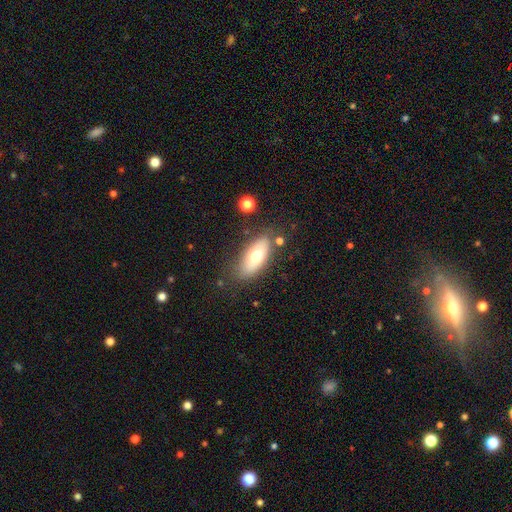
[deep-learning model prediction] smooth-or-featured: smooth: 68% | featured or disk: 24% | star or artifact: 8%
  how-rounded: in between: 83% | cigar-shaped: 14% | round: 3%
  merging: none: 77% | minor disturbance: 15% | major disturbance: 5% | merger: 4%